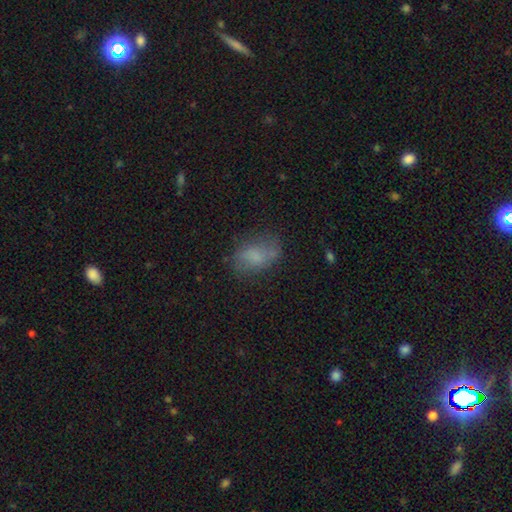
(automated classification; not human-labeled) smooth_or_featured: smooth (p=0.62) [alt: featured or disk p=0.27]
how_rounded: in between (p=0.85) [alt: round p=0.13]
merging: none (p=0.60) [alt: minor disturbance p=0.25]